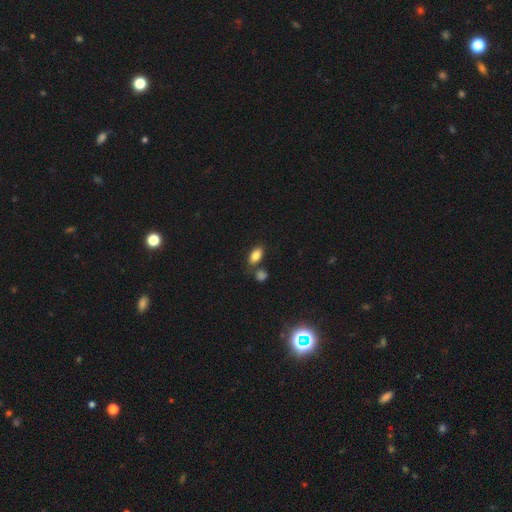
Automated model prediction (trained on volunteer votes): Smooth or featured?
  - smooth: 83% *
  - star or artifact: 9%
  - featured or disk: 8%
How rounded?
  - in between: 89% *
  - round: 7%
  - cigar-shaped: 5%
Merging?
  - none: 70% *
  - merger: 15%
  - minor disturbance: 12%
  - major disturbance: 3%